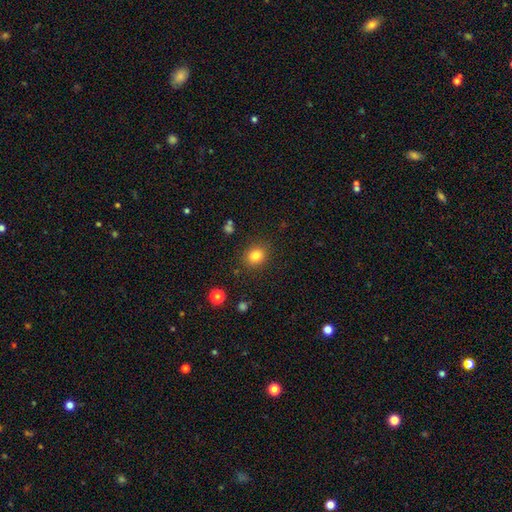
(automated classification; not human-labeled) Smooth or featured?
  - smooth: 82% *
  - star or artifact: 12%
  - featured or disk: 6%
How rounded?
  - round: 71% *
  - in between: 28%
  - cigar-shaped: 1%
Merging?
  - none: 87% *
  - minor disturbance: 9%
  - major disturbance: 3%
  - merger: 2%